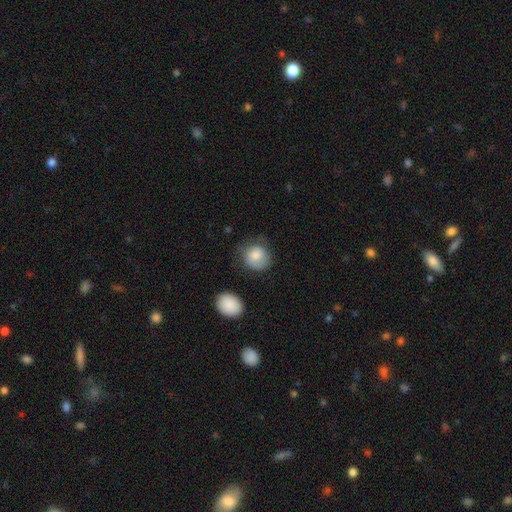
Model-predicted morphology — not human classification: Q: Smooth or featured?
A: smooth (82%); runner-up: featured or disk (11%)
Q: How rounded?
A: round (76%); runner-up: in between (23%)
Q: Merging?
A: none (56%); runner-up: minor disturbance (28%)